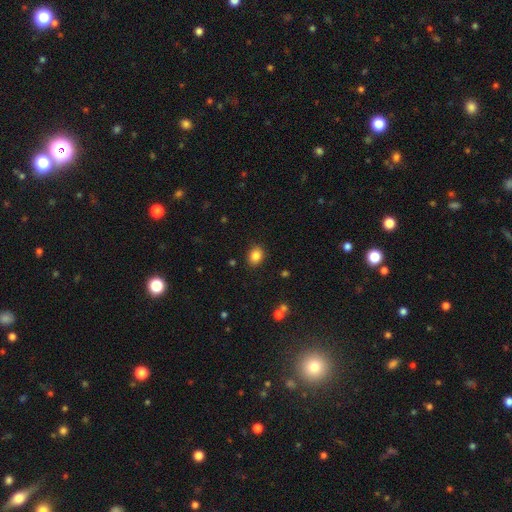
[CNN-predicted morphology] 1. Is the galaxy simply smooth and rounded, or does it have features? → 85% smooth, 10% star or artifact, 6% featured or disk.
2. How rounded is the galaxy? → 53% in between, 46% round, 1% cigar-shaped.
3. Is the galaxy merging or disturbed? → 87% none, 9% minor disturbance, 2% major disturbance, 2% merger.